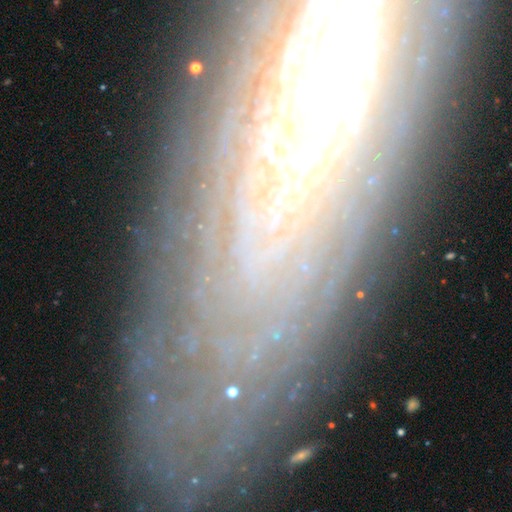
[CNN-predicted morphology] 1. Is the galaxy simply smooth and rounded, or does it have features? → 60% featured or disk, 24% star or artifact, 16% smooth.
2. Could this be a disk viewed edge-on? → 79% no, 21% yes.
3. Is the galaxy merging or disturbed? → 75% none, 15% minor disturbance, 7% major disturbance, 3% merger.